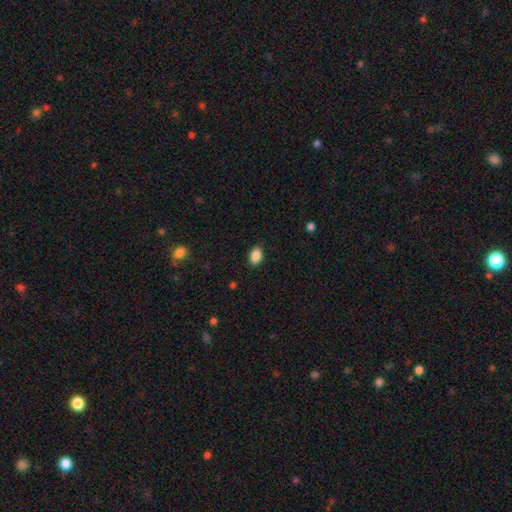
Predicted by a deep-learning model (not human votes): Overall: smooth (88%). How rounded: in between (84%). Merging: none (88%).